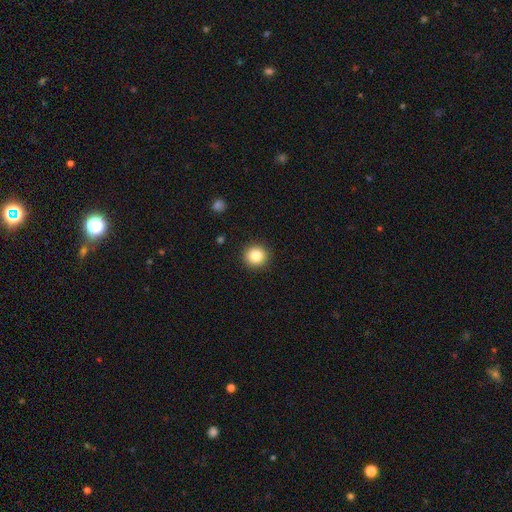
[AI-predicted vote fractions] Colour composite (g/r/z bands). It shows a smooth galaxy with no disk features (84%) that is round (93%). Merging: none (92%).